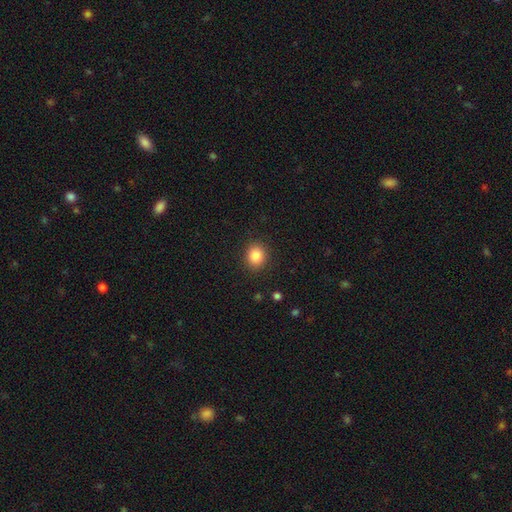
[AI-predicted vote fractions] Morphology: type=smooth (86%); roundness=round (73%); merging=none (89%).